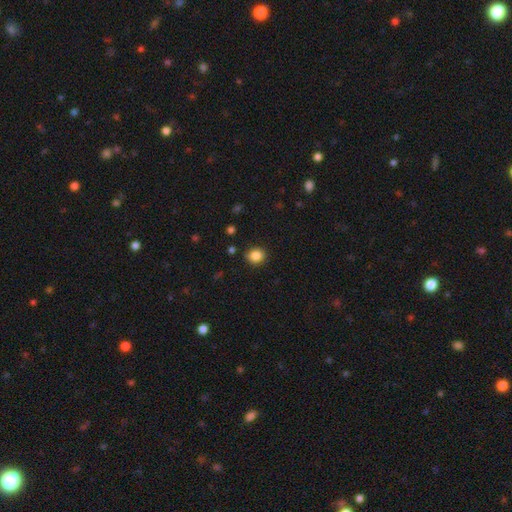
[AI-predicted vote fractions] A smooth galaxy with no disk features (86%) that is round (77%).

Vote fractions:
- Smooth or featured? smooth: 86% / star or artifact: 10% / featured or disk: 4%
- How rounded? round: 77% / in between: 22% / cigar-shaped: 1%
- Merging? none: 90% / minor disturbance: 7% / major disturbance: 2% / merger: 1%